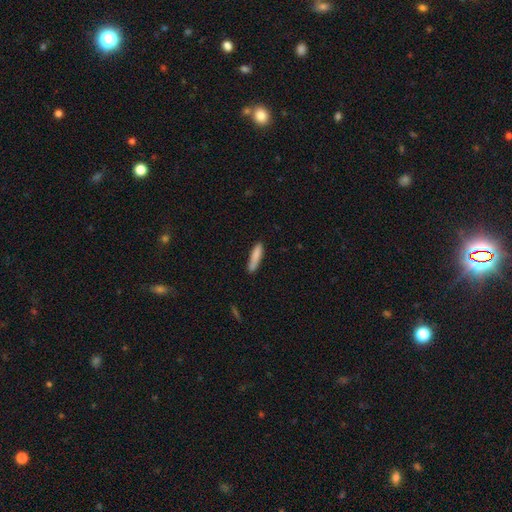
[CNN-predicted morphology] Smooth or featured? smooth (84%)
How rounded? cigar-shaped (80%)
Merging? none (77%)